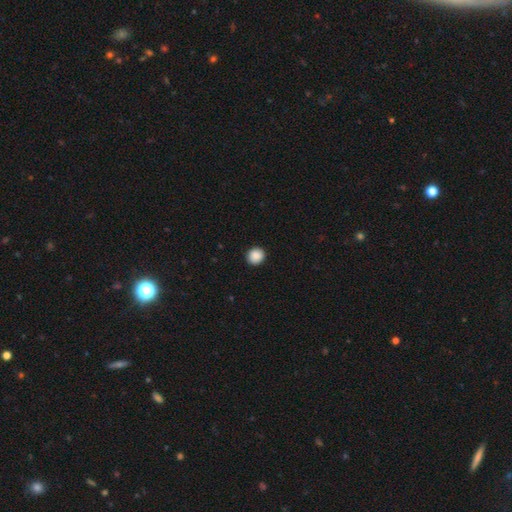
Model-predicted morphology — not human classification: type=smooth (89%); roundness=round (89%); merging=none (92%).